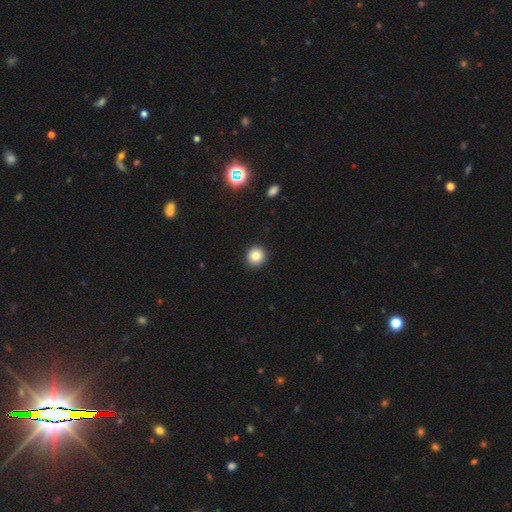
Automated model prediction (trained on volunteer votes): Smooth or featured: smooth — 85% (star or artifact — 11%)
How rounded: round — 91% (in between — 8%)
Merging: none — 92% (minor disturbance — 6%)